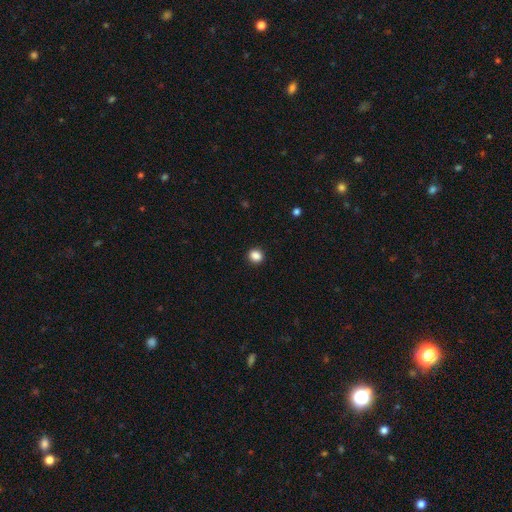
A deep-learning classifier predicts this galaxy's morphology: A smooth galaxy with no disk features (87%) that is round (77%). Merging: none (91%).